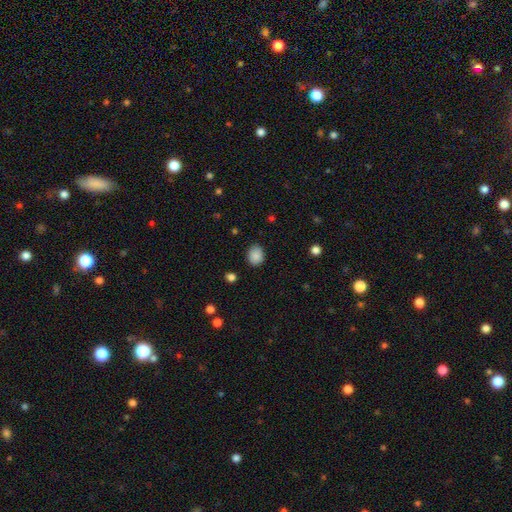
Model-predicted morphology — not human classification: This is clearly a smooth galaxy (88%). How rounded: possibly in between (50%). Merging: clearly none (84%).